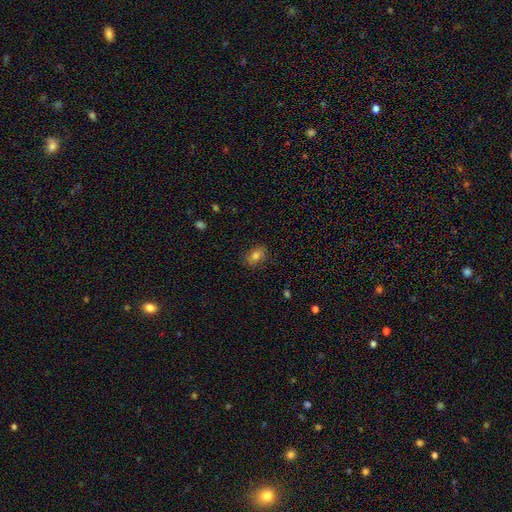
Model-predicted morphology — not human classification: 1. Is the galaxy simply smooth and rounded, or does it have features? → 77% smooth, 12% featured or disk, 11% star or artifact.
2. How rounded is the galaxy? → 76% in between, 22% round, 2% cigar-shaped.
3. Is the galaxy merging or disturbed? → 82% none, 13% minor disturbance, 3% major disturbance, 1% merger.